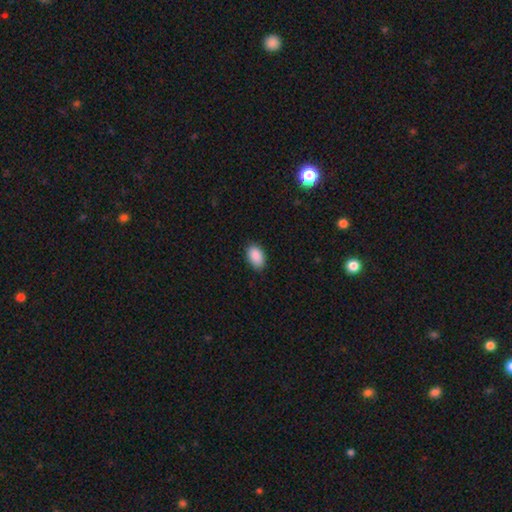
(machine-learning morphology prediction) This is clearly a smooth galaxy (90%). How rounded: clearly in between (91%). Merging: clearly none (83%).